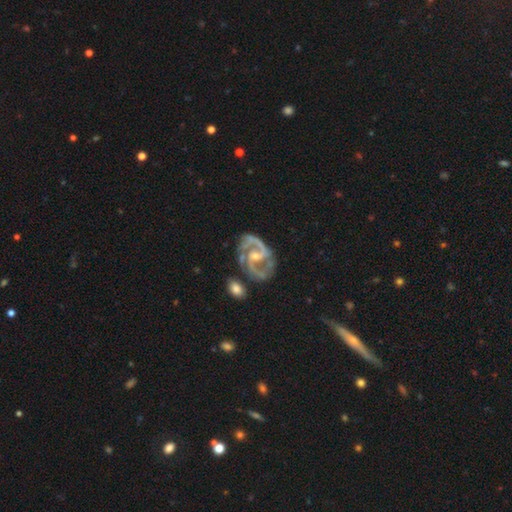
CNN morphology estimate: Smooth or featured?
  - featured or disk: 93% *
  - star or artifact: 4%
  - smooth: 3%
Edge-on disk?
  - no: 98% *
  - yes: 2%
Bar?
  - weak: 45% *
  - no: 31%
  - strong: 24%
Spiral arms?
  - yes: 98% *
  - no: 2%
Spiral winding?
  - medium: 62% *
  - tight: 22%
  - loose: 16%
Spiral arm count?
  - 2: 88% *
  - 3: 5%
  - can't tell: 2%
  - 1: 2%
  - 4: 1%
  - more than 4: 1%
Bulge size?
  - small: 55% *
  - moderate: 40%
  - none: 2%
  - large: 1%
  - dominant: 1%
Merging?
  - none: 67% *
  - minor disturbance: 20%
  - major disturbance: 8%
  - merger: 5%